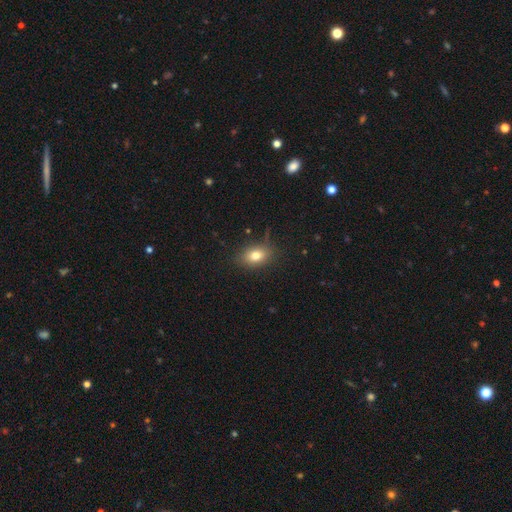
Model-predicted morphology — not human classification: smooth_or_featured: smooth (p=0.78) [alt: featured or disk p=0.11]
how_rounded: in between (p=0.77) [alt: round p=0.21]
merging: none (p=0.81) [alt: minor disturbance p=0.13]